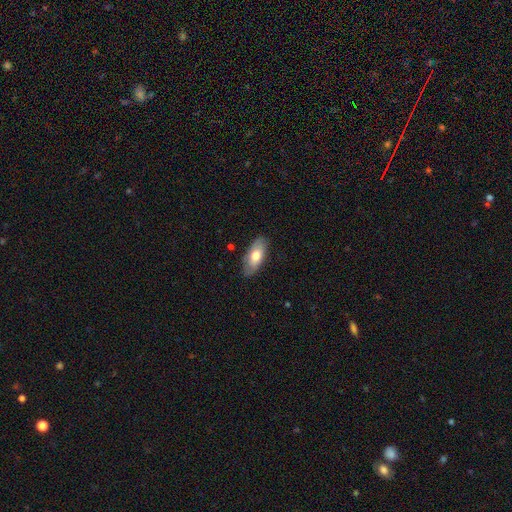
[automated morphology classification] A smooth galaxy with no disk features (69%) that is in between round and cigar-shaped (87%). Merging: none (83%).